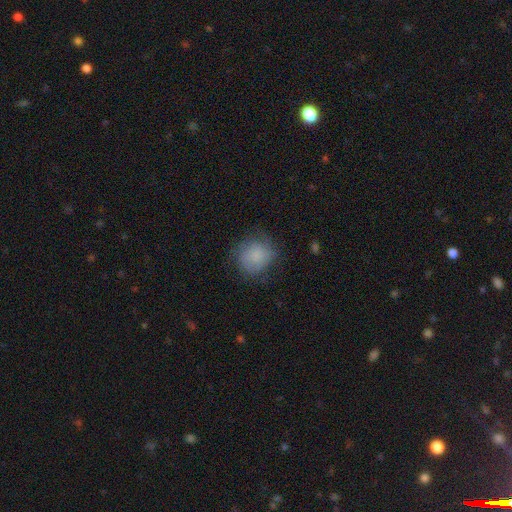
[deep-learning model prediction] This appears to be a smooth galaxy with no disk features (73%) that is round (84%). Merging: none (66%).